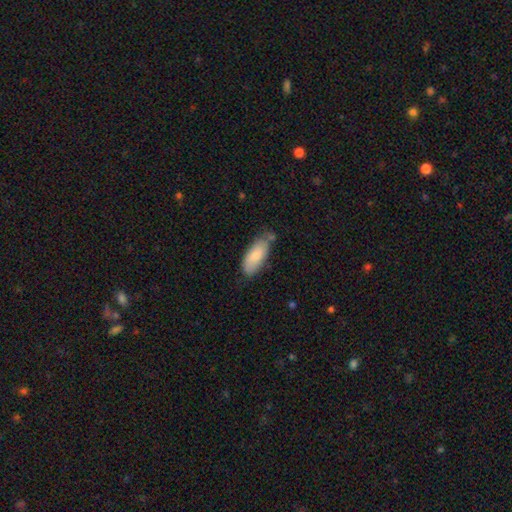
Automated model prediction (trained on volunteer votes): Smooth or featured? Predicted: smooth (p=0.77). How rounded? Predicted: in between (p=0.85). Merging? Predicted: none (p=0.60).